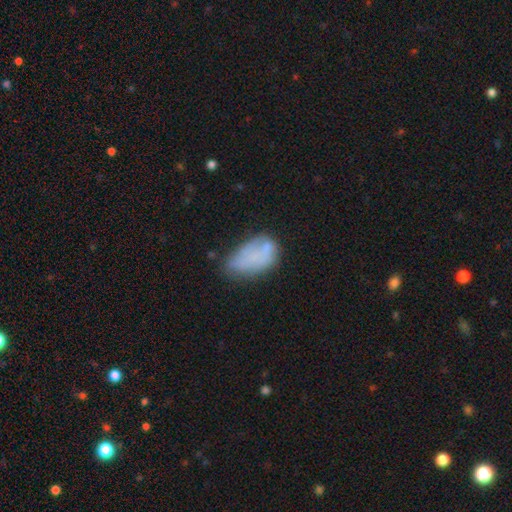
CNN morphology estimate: Overall: smooth (64%; featured or disk 25%). How rounded: in between (91%). Merging: none (36%; minor disturbance 34%).